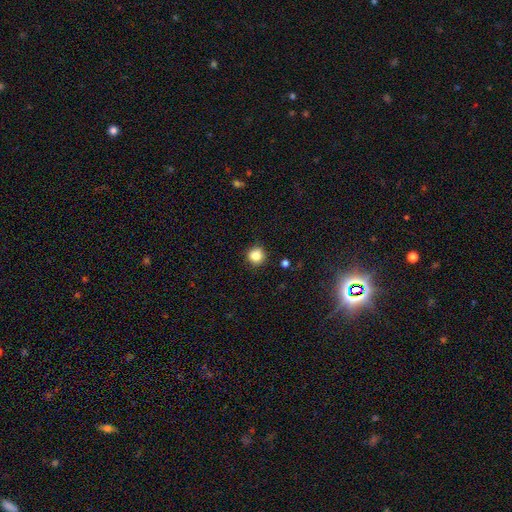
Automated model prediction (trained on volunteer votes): Overall: smooth (84%). How rounded: round (89%). Merging: none (86%).